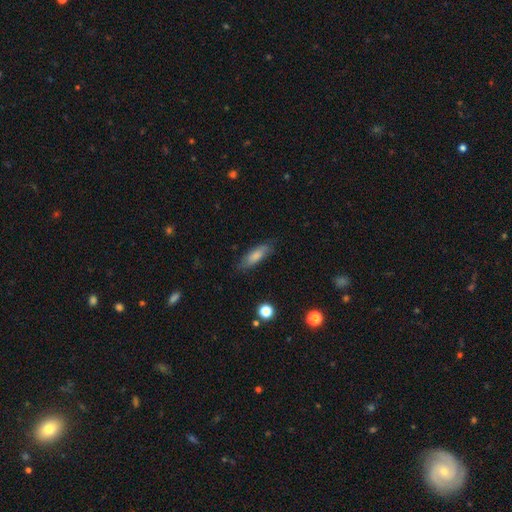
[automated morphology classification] The model was most divided on "how rounded": in between: 54%, cigar-shaped: 44%, round: 2%. More confident: merging — none (79%); smooth or featured — smooth (77%).